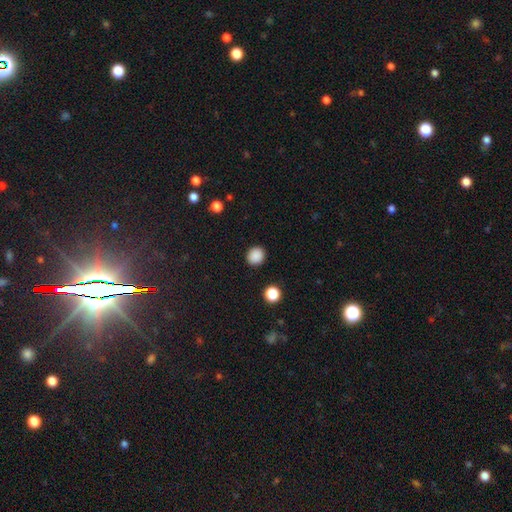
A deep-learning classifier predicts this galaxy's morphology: A smooth galaxy with no disk features (87%) that is round (84%).

Vote fractions:
- Smooth or featured? smooth: 87% / star or artifact: 10% / featured or disk: 3%
- How rounded? round: 84% / in between: 15% / cigar-shaped: 1%
- Merging? none: 91% / minor disturbance: 6% / major disturbance: 2% / merger: 1%